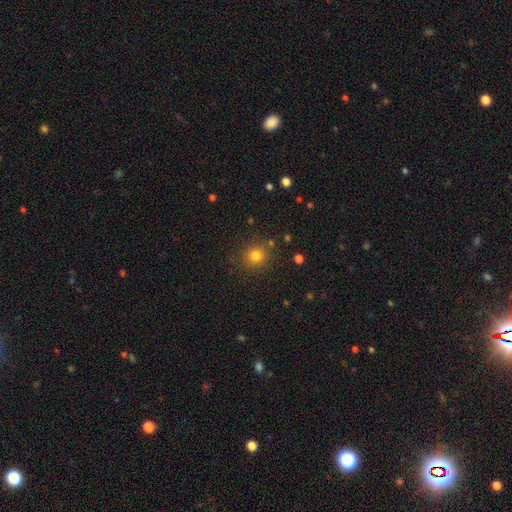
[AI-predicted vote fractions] smooth 80%, star or artifact 14%, featured or disk 6%. Down the decision tree: how rounded — round (90%); merging — none (85%).